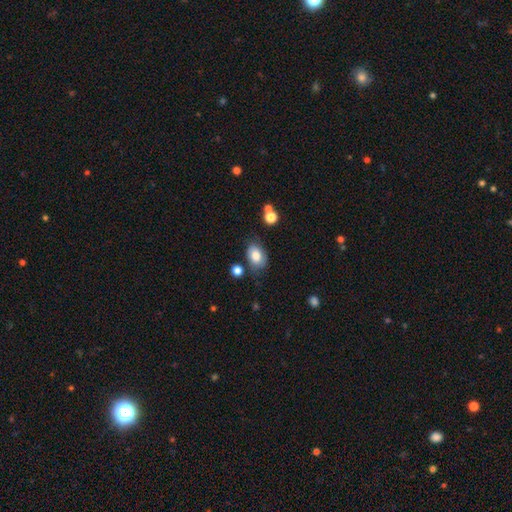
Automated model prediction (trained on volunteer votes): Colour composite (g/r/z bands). It shows a smooth galaxy with no disk features (78%) that is in between round and cigar-shaped (82%). Merging: none (69%).